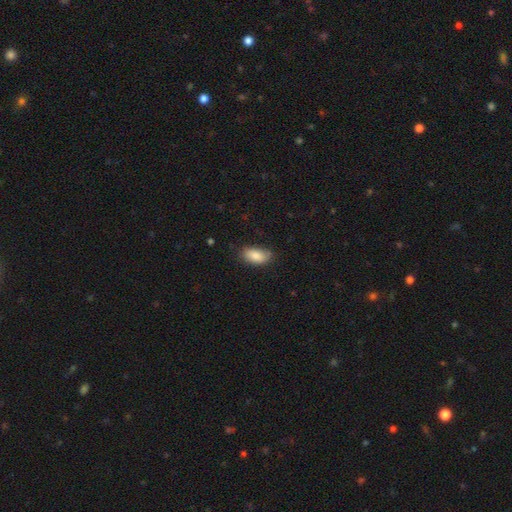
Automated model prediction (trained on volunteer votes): smooth 86%, featured or disk 7%, star or artifact 7%. Down the decision tree: how rounded — in between (93%); merging — none (76%).